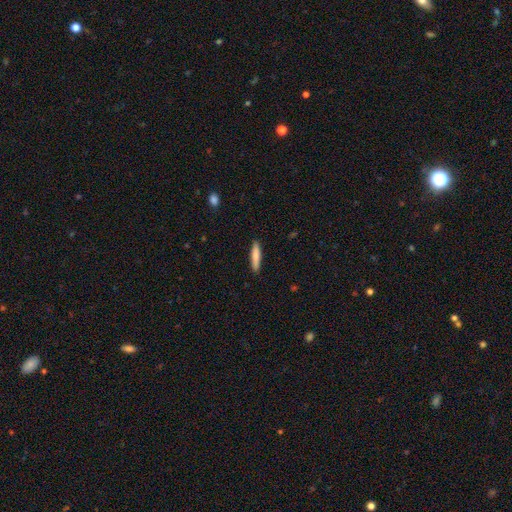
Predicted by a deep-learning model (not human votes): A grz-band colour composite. It shows a smooth galaxy with no disk features (79%) that is cigar-shaped (87%). Merging: none (90%).